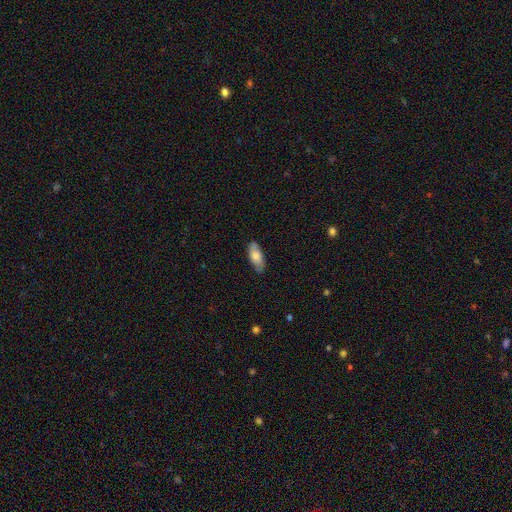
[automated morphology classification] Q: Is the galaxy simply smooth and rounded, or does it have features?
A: smooth — 68%.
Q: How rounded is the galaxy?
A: in between — 82%.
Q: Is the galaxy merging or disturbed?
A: none — 82%.